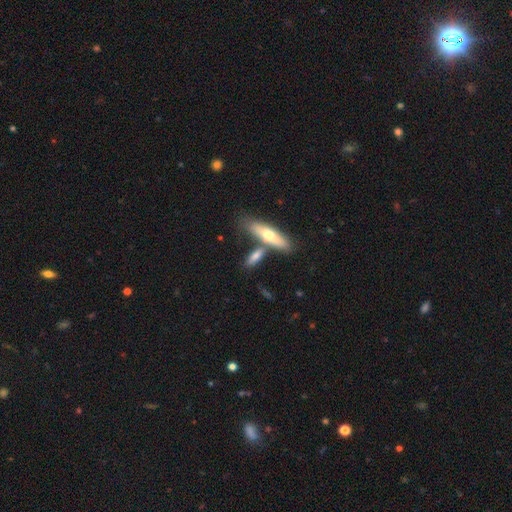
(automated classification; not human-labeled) smooth_or_featured: smooth (p=0.66) [alt: featured or disk p=0.27]
how_rounded: cigar-shaped (p=0.54) [alt: in between p=0.42]
merging: none (p=0.52) [alt: merger p=0.31]